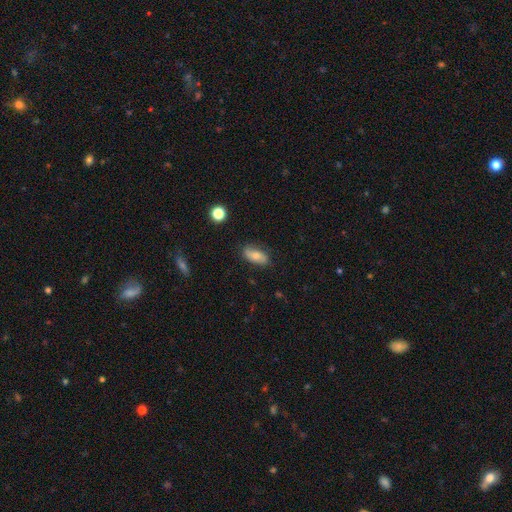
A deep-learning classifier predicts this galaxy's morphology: type=smooth (64%); roundness=in between (85%); merging=none (78%).